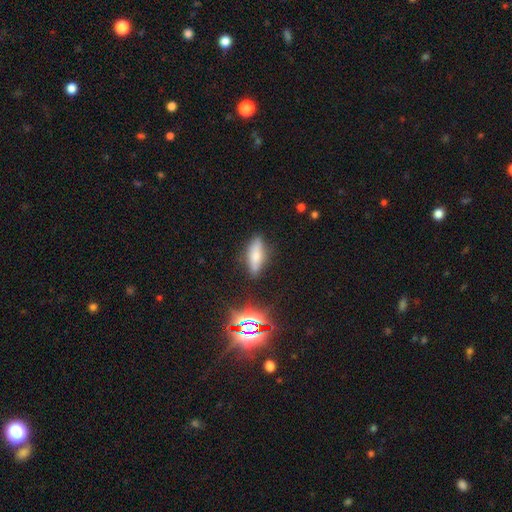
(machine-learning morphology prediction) type=smooth (61%); roundness=in between (55%); merging=none (80%).